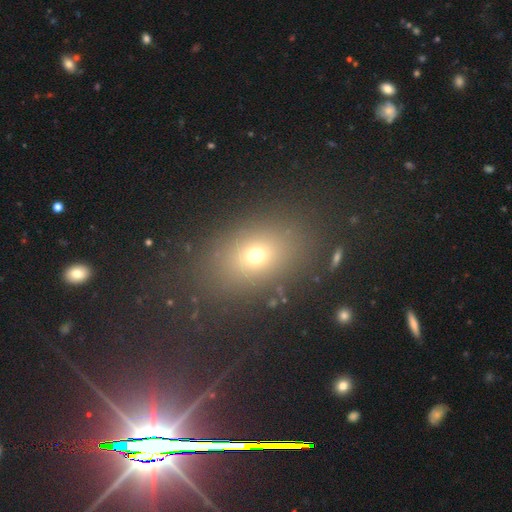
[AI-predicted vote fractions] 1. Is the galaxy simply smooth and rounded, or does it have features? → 68% smooth, 20% star or artifact, 13% featured or disk.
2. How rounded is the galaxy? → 66% in between, 32% round, 2% cigar-shaped.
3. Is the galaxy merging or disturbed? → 81% none, 10% minor disturbance, 6% major disturbance, 3% merger.